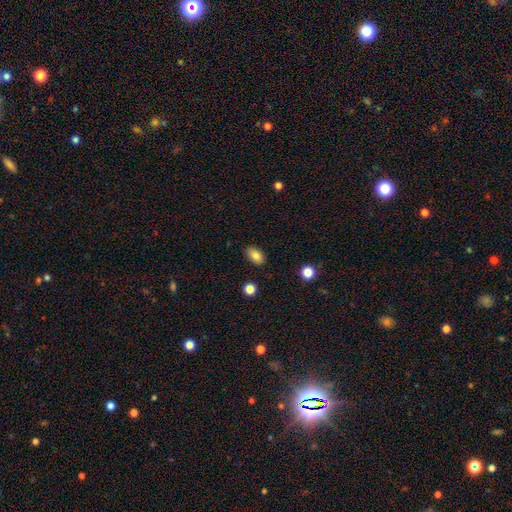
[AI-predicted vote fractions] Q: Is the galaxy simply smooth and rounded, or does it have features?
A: smooth — 84%.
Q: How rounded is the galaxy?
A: in between — 90%.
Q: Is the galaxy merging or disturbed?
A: none — 86%.